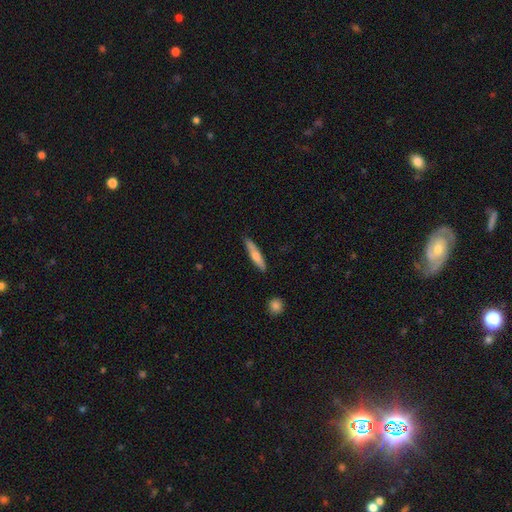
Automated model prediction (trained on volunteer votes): Smooth or featured: smooth — 57% (featured or disk — 37%)
How rounded: cigar-shaped — 89% (in between — 9%)
Merging: none — 87% (minor disturbance — 10%)